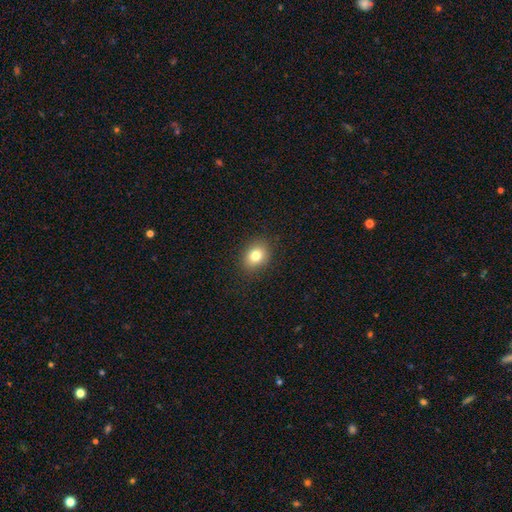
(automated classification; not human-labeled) Q: Smooth or featured?
A: smooth (80%); runner-up: star or artifact (11%)
Q: How rounded?
A: in between (56%); runner-up: round (43%)
Q: Merging?
A: none (88%); runner-up: minor disturbance (9%)